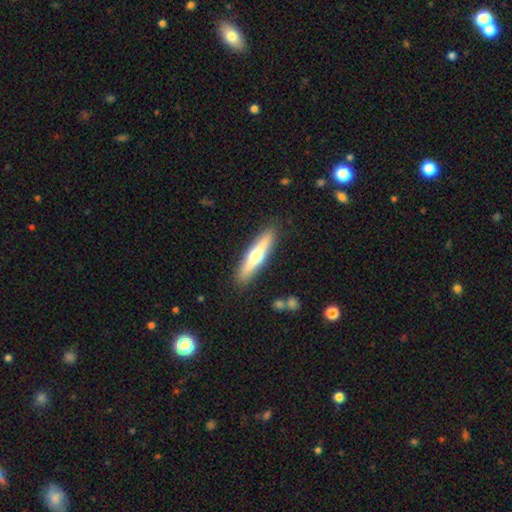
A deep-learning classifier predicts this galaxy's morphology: featured or disk 53%, smooth 42%, star or artifact 5%. Down the decision tree: edge-on disk — yes (92%); merging — none (89%).